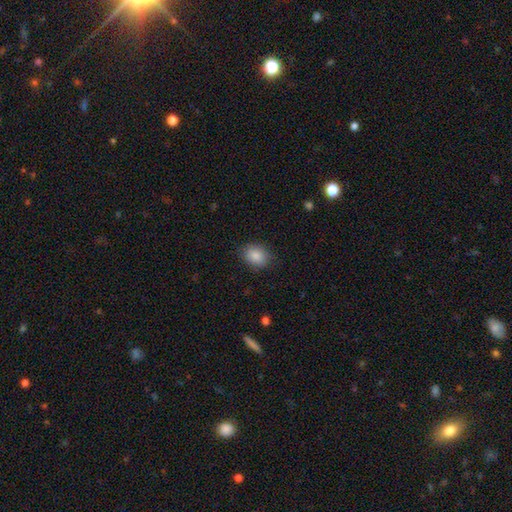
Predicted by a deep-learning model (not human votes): smooth-or-featured: smooth: 87% | star or artifact: 8% | featured or disk: 5%
  how-rounded: in between: 61% | round: 38% | cigar-shaped: 1%
  merging: none: 84% | minor disturbance: 12% | major disturbance: 3% | merger: 1%